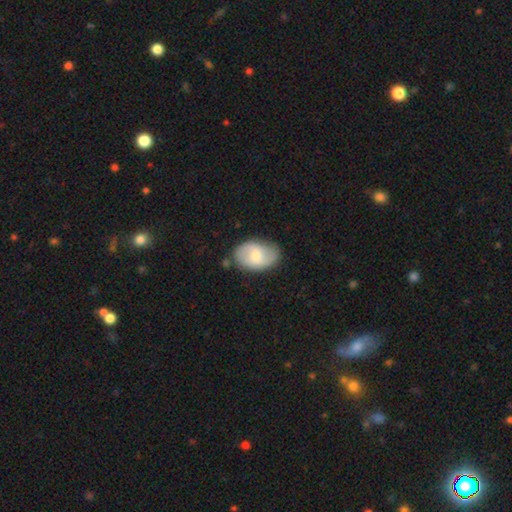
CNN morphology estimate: smooth-or-featured: smooth: 55% | featured or disk: 39% | star or artifact: 6%
  how-rounded: in between: 88% | round: 10% | cigar-shaped: 1%
  merging: none: 76% | minor disturbance: 17% | major disturbance: 4% | merger: 3%